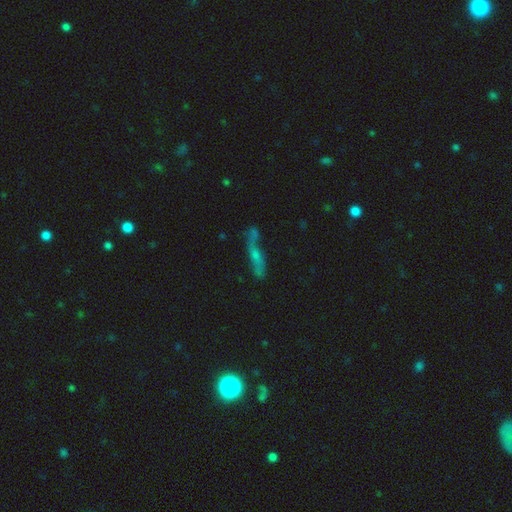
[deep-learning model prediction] smooth_or_featured: featured or disk (p=0.51) [alt: smooth p=0.34]
disk_edge_on: yes (p=0.52) [alt: no p=0.48]
merging: none (p=0.54) [alt: minor disturbance p=0.21]